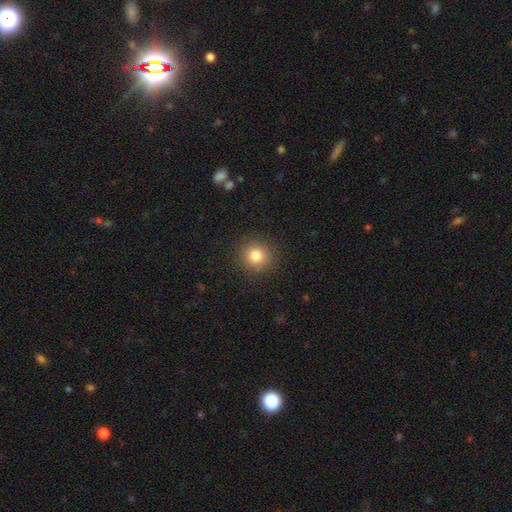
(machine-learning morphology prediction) Smooth or featured? Predicted: smooth (p=0.82). How rounded? Predicted: round (p=0.92). Merging? Predicted: none (p=0.90).